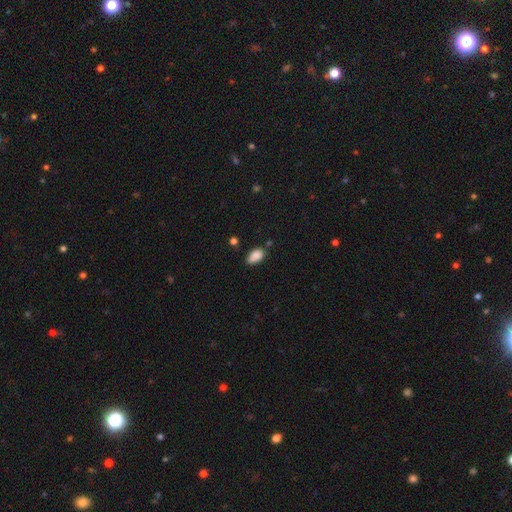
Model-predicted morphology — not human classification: Q: Smooth or featured?
A: smooth (87%); runner-up: star or artifact (9%)
Q: How rounded?
A: in between (92%); runner-up: round (6%)
Q: Merging?
A: none (63%); runner-up: minor disturbance (27%)